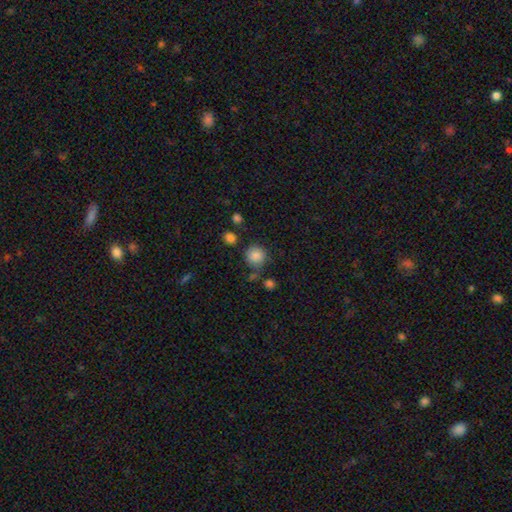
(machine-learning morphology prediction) Smooth or featured?
  - smooth: 85% *
  - star or artifact: 10%
  - featured or disk: 5%
How rounded?
  - round: 91% *
  - in between: 8%
  - cigar-shaped: 1%
Merging?
  - none: 78% *
  - minor disturbance: 12%
  - merger: 6%
  - major disturbance: 4%